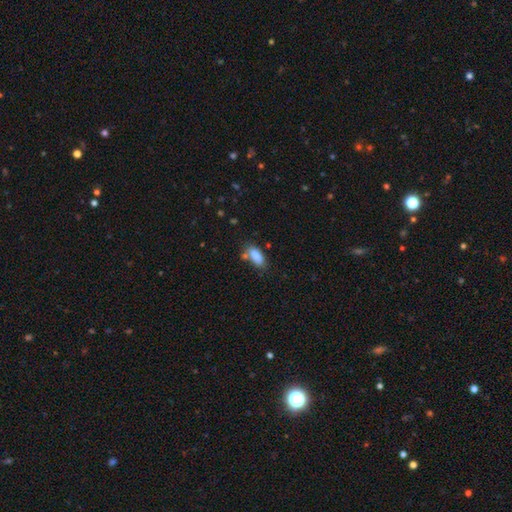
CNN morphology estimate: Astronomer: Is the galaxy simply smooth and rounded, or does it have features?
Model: smooth — 84%.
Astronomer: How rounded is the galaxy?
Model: in between — 80%.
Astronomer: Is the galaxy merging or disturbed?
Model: none — 61%.